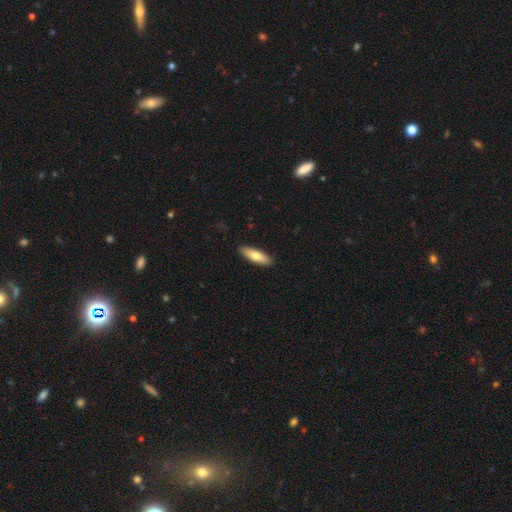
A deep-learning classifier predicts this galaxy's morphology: smooth_or_featured: smooth (p=0.75) [alt: featured or disk p=0.20]
how_rounded: cigar-shaped (p=0.50) [alt: in between p=0.48]
merging: none (p=0.90) [alt: minor disturbance p=0.07]